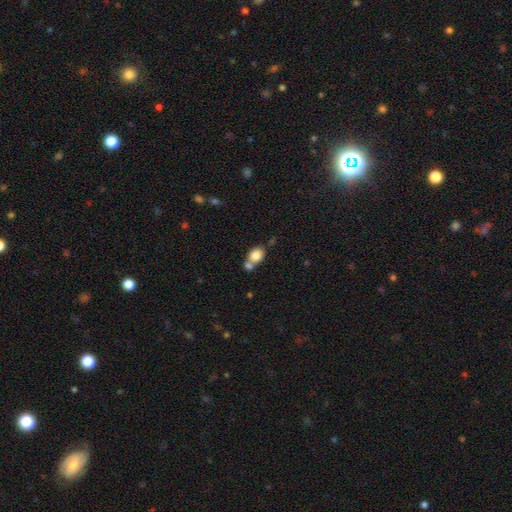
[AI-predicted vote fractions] smooth 82%, featured or disk 9%, star or artifact 9%. Down the decision tree: how rounded — round (54%); merging — merger (44%).